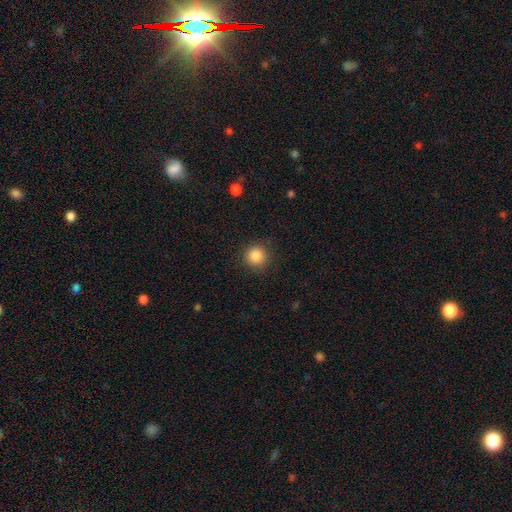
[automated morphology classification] This appears to be a smooth galaxy with no disk features (86%) that is round (94%). Merging: none (89%).